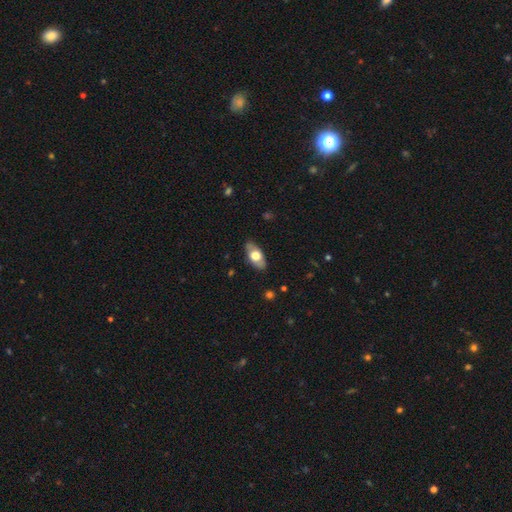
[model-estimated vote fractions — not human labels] A smooth galaxy with no disk features (59%) that is in between round and cigar-shaped (90%).

Vote fractions:
- Smooth or featured? smooth: 59% / featured or disk: 35% / star or artifact: 6%
- How rounded? in between: 90% / cigar-shaped: 5% / round: 5%
- Merging? none: 82% / minor disturbance: 14% / major disturbance: 3% / merger: 1%